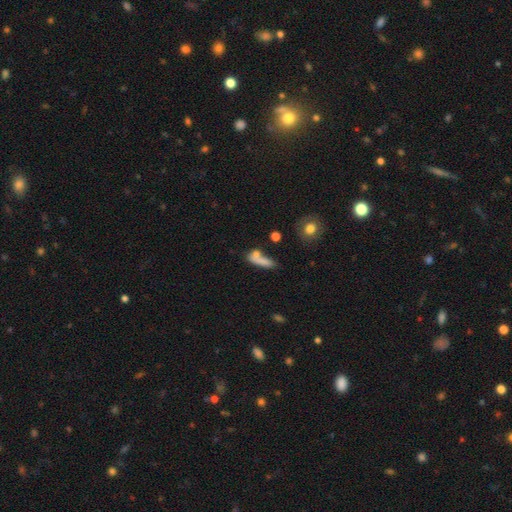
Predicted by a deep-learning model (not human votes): smooth_or_featured: smooth (p=0.70) [alt: featured or disk p=0.18]
how_rounded: cigar-shaped (p=0.52) [alt: in between p=0.38]
merging: none (p=0.41) [alt: merger p=0.31]